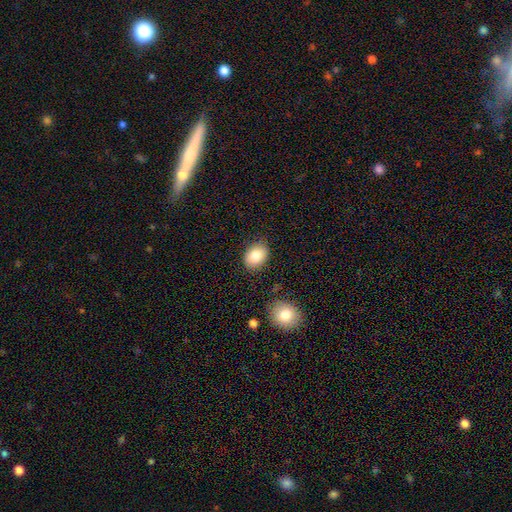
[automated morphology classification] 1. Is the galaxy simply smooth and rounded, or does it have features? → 85% smooth, 8% featured or disk, 8% star or artifact.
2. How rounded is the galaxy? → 74% in between, 25% round, 1% cigar-shaped.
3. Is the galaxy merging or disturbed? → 82% none, 13% minor disturbance, 3% major disturbance, 2% merger.